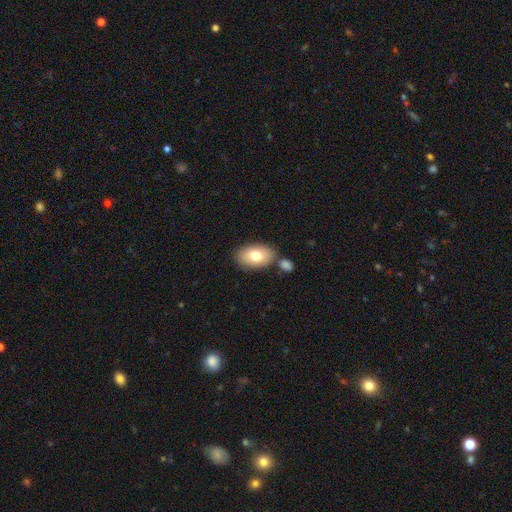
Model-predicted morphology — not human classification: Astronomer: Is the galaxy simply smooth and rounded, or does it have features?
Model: smooth — 77%.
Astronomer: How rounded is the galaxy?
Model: in between — 92%.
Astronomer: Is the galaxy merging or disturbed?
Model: none — 71%.